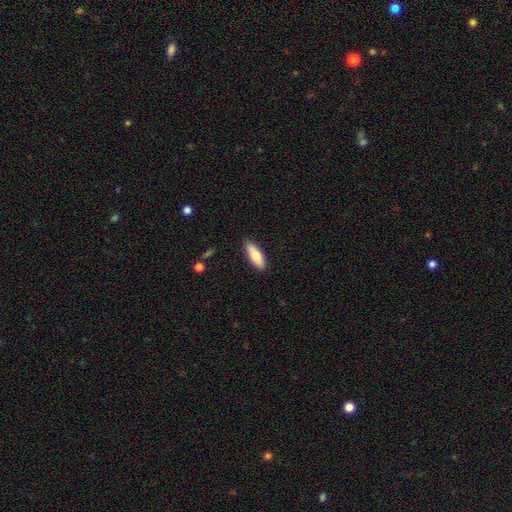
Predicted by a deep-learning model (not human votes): Overall: smooth (69%). How rounded: in between (62%; cigar-shaped 36%). Merging: none (88%).